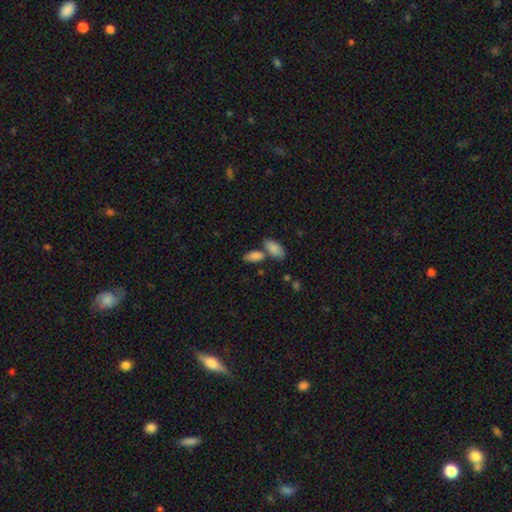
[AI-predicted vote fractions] smooth_or_featured: smooth (p=0.82) [alt: star or artifact p=0.10]
how_rounded: in between (p=0.87) [alt: cigar-shaped p=0.08]
merging: none (p=0.47) [alt: merger p=0.37]